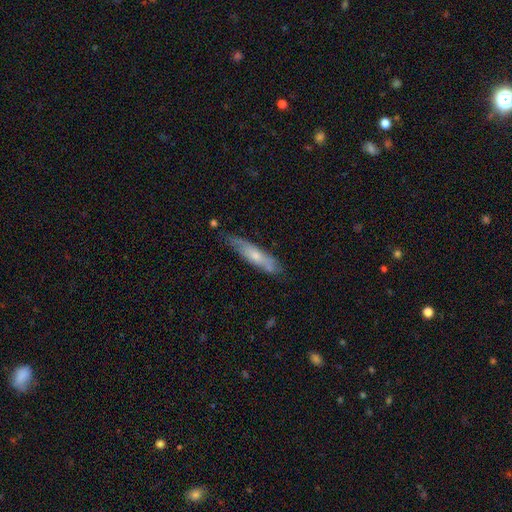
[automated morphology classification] The model was most divided on "smooth or featured": smooth: 48%, featured or disk: 46%, star or artifact: 6%. More confident: merging — none (69%).